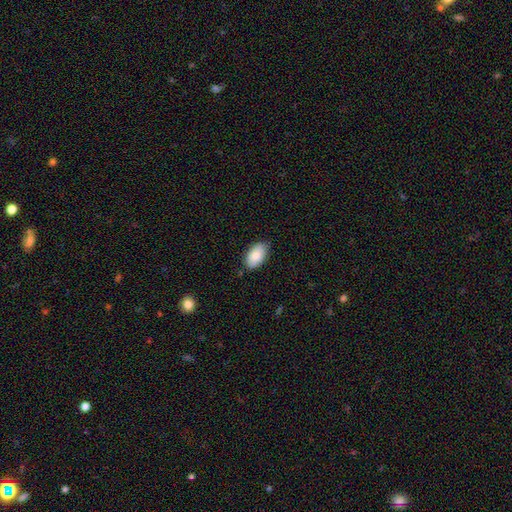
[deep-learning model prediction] Smooth or featured: smooth — 83% (featured or disk — 11%)
How rounded: in between — 94% (round — 4%)
Merging: none — 80% (minor disturbance — 17%)